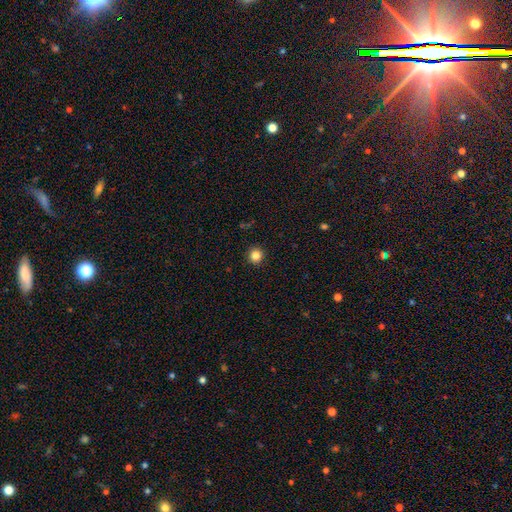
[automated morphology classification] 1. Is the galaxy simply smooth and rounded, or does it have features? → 84% smooth, 11% star or artifact, 4% featured or disk.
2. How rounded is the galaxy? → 94% round, 5% in between, 1% cigar-shaped.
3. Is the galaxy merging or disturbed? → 93% none, 5% minor disturbance, 2% major disturbance, 1% merger.